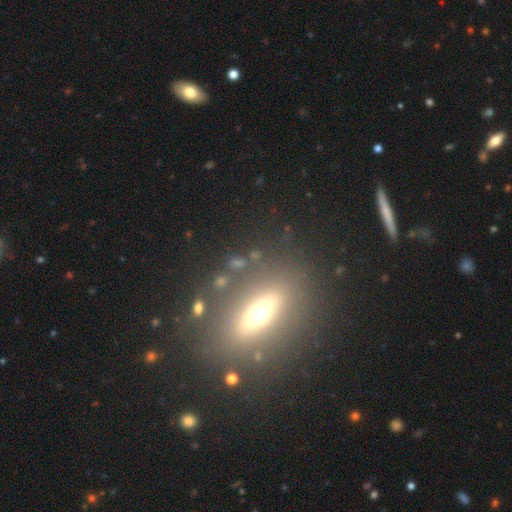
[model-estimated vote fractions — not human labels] smooth 42%, featured or disk 36%, star or artifact 22%. Down the decision tree: merging — none (80%).